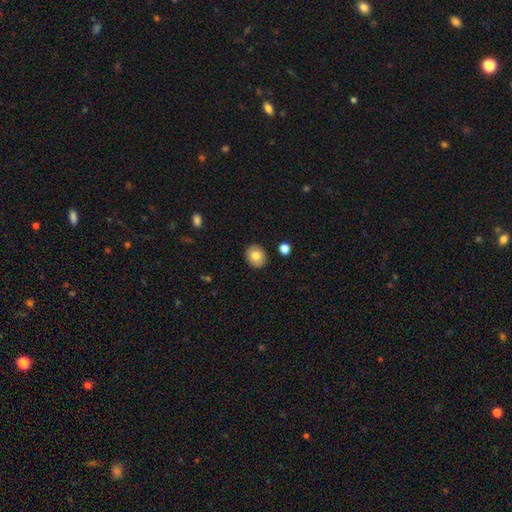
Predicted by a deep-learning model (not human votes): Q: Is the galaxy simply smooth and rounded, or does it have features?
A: smooth — 80%.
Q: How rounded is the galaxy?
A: round — 78%.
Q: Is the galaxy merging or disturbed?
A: none — 90%.